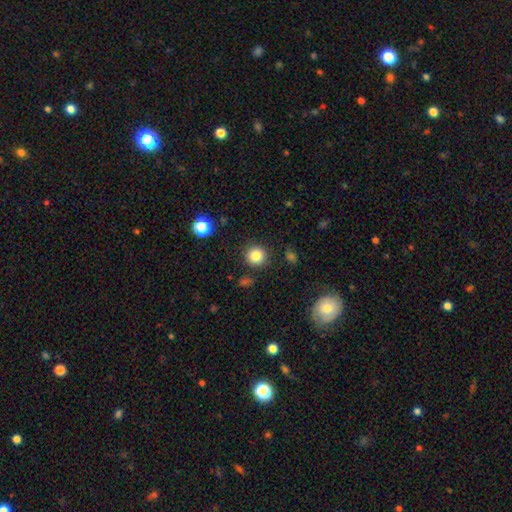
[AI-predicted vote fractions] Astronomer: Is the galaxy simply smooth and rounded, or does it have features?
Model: smooth — 84%.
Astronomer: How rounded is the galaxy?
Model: round — 92%.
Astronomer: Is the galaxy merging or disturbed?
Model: none — 88%.